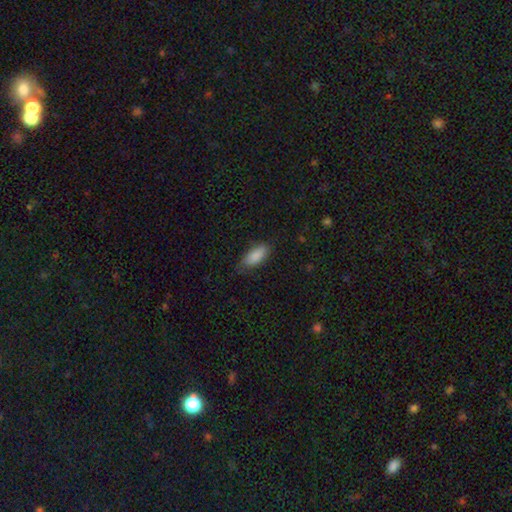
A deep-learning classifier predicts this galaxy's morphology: smooth_or_featured: smooth (p=0.86) [alt: featured or disk p=0.08]
how_rounded: in between (p=0.84) [alt: cigar-shaped p=0.14]
merging: none (p=0.69) [alt: minor disturbance p=0.25]